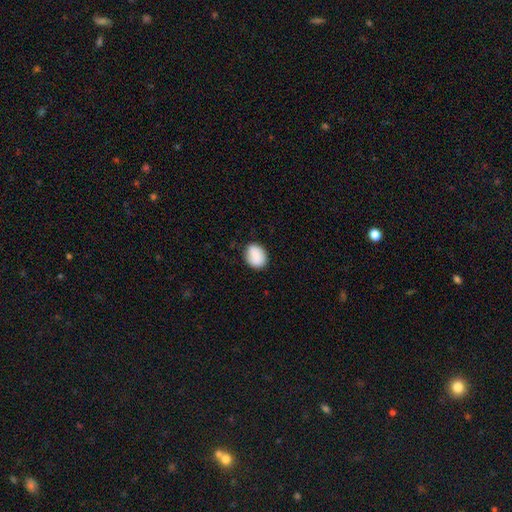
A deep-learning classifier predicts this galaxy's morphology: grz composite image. It shows a smooth galaxy with no disk features (87%) that is in between round and cigar-shaped (61%). Merging: none (82%).